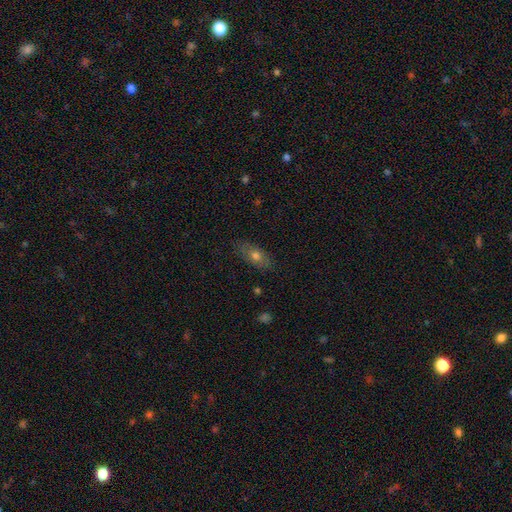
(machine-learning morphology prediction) This is likely a smooth galaxy (62%). How rounded: clearly in between (82%). Merging: clearly none (82%).